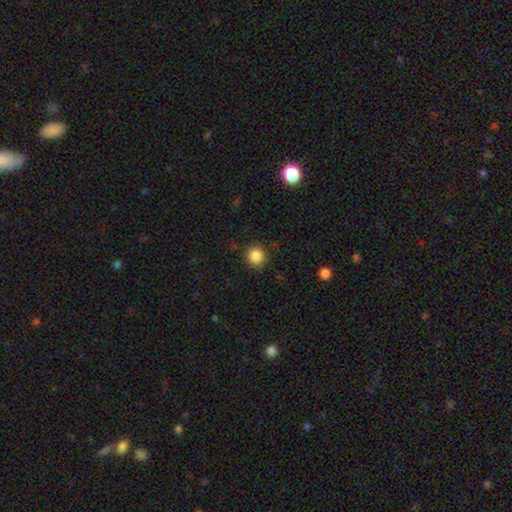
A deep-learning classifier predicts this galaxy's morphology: Smooth or featured: smooth — 86% (star or artifact — 10%)
How rounded: round — 91% (in between — 8%)
Merging: none — 87% (minor disturbance — 9%)